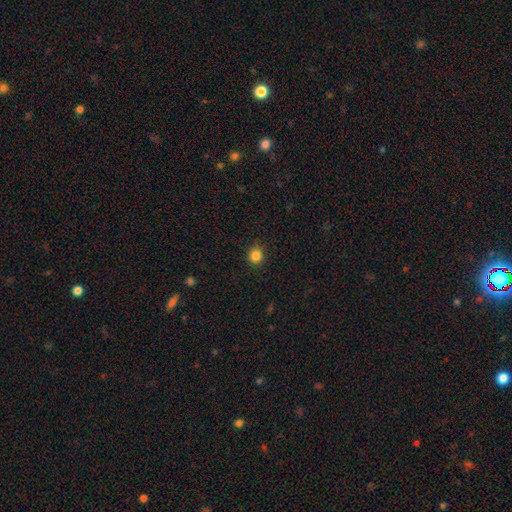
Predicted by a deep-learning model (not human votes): This appears to be a smooth galaxy with no disk features (85%) that is round (88%). Merging: none (90%).